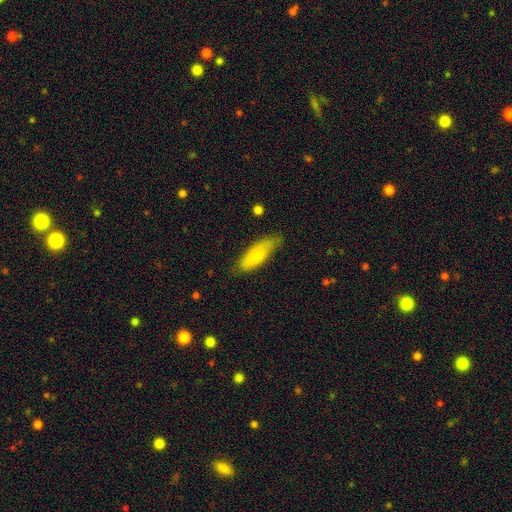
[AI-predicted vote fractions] This appears to be a smooth galaxy with no disk features (81%) that is in between round and cigar-shaped (58%). Merging: none (70%).